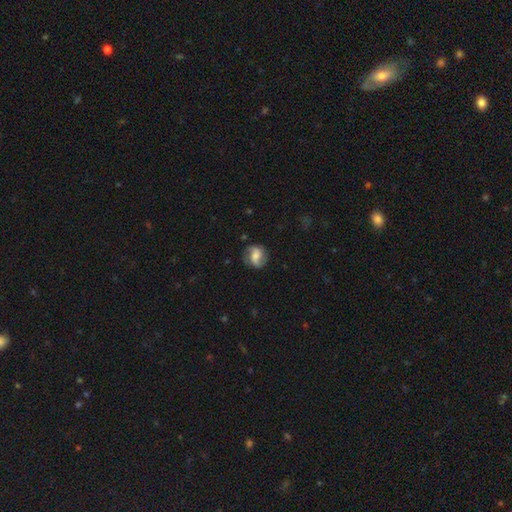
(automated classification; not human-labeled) This appears to be a featured or disk galaxy (64%) with a weak bar (42%), 2 (88%) medium (41%) spiral arms (92%) and a moderate central bulge (47%). Merging: none (79%).